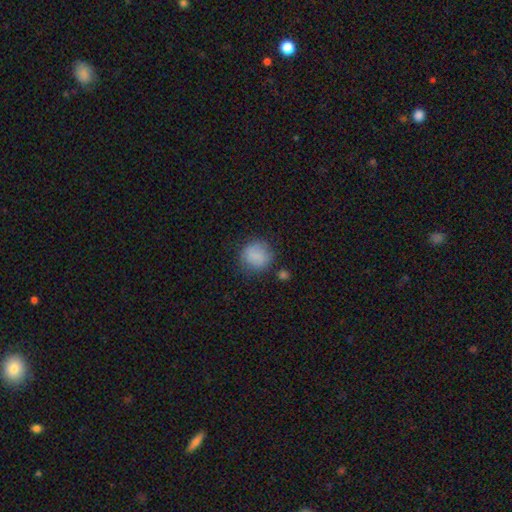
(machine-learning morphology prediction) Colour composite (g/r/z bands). It shows a smooth galaxy with no disk features (85%) that is round (87%). Merging: none (74%).